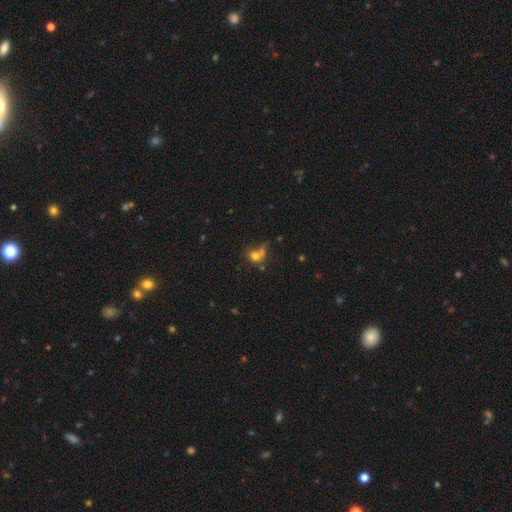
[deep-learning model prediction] Smooth or featured? Predicted: smooth (p=0.71). How rounded? Predicted: round (p=0.65). Merging? Predicted: merger (p=0.41).